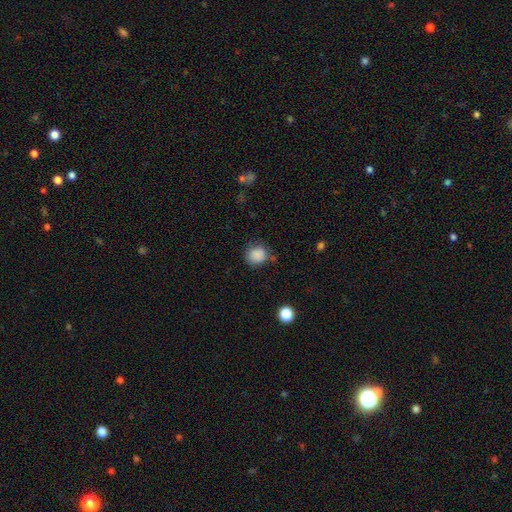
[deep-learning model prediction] Morphology: type=smooth (86%); roundness=round (82%); merging=none (72%).